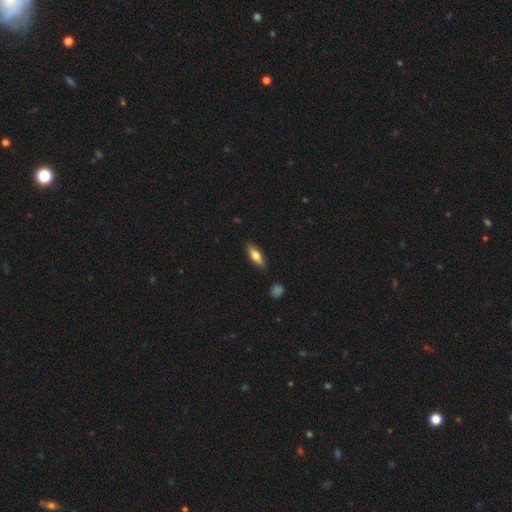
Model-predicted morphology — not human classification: Smooth or featured?
  - smooth: 64% *
  - featured or disk: 30%
  - star or artifact: 6%
How rounded?
  - in between: 54% *
  - cigar-shaped: 44%
  - round: 3%
Merging?
  - none: 86% *
  - minor disturbance: 10%
  - major disturbance: 2%
  - merger: 2%